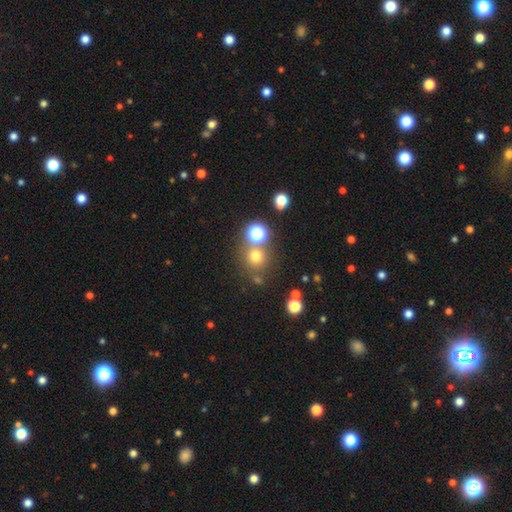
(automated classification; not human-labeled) A smooth galaxy with no disk features (69%) that is round (92%).

Vote fractions:
- Smooth or featured? smooth: 69% / star or artifact: 22% / featured or disk: 9%
- How rounded? round: 92% / in between: 7% / cigar-shaped: 1%
- Merging? none: 74% / merger: 14% / minor disturbance: 8% / major disturbance: 4%